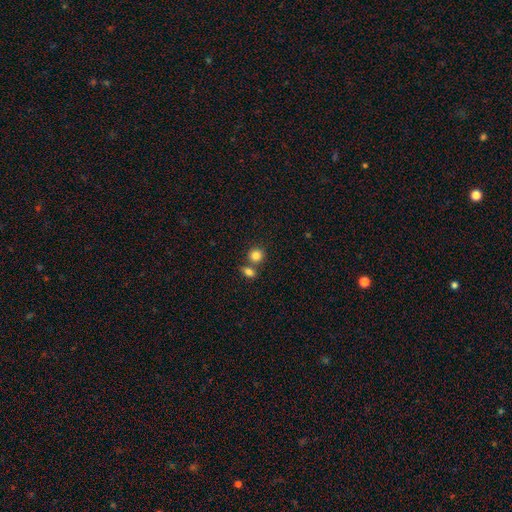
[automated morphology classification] Smooth or featured? smooth (84%)
How rounded? round (81%)
Merging? none (58%)